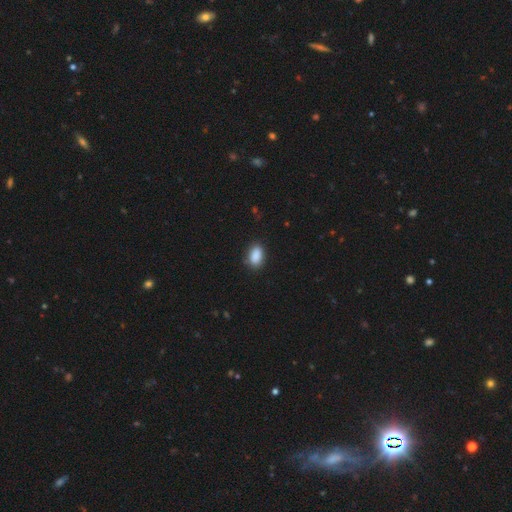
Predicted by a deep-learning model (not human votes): Smooth or featured?
  - smooth: 89% *
  - star or artifact: 8%
  - featured or disk: 3%
How rounded?
  - in between: 90% *
  - round: 7%
  - cigar-shaped: 2%
Merging?
  - none: 84% *
  - minor disturbance: 13%
  - major disturbance: 3%
  - merger: 1%